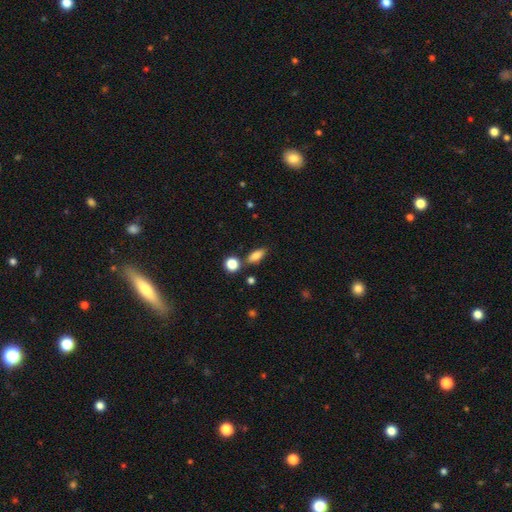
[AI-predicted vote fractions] The model was most divided on "how rounded": in between: 74%, cigar-shaped: 18%, round: 8%. More confident: smooth or featured — smooth (82%); merging — none (76%).